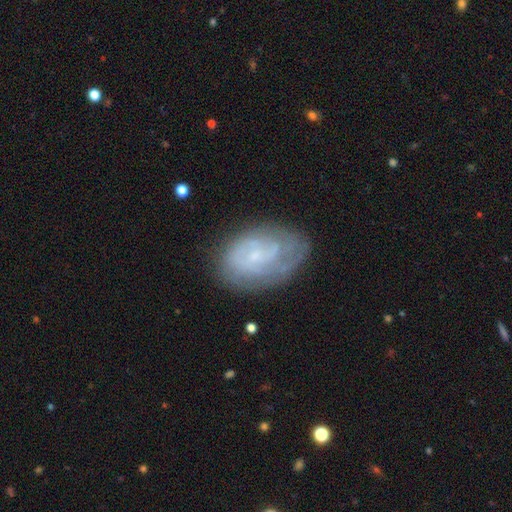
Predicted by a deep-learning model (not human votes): Morphology: type=featured or disk (68%); edge-on=no (96%); bar=no (64%); spiral arms=yes (83%); winding=tight (56%); arm count=can't tell (48%); bulge=small (75%); merging=none (66%).